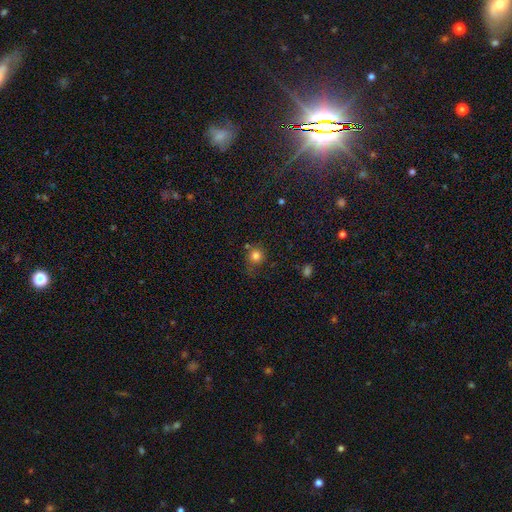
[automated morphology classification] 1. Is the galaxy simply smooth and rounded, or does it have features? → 81% smooth, 13% star or artifact, 6% featured or disk.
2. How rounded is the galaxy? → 89% round, 10% in between, 1% cigar-shaped.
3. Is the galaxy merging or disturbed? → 67% none, 19% minor disturbance, 7% merger, 6% major disturbance.